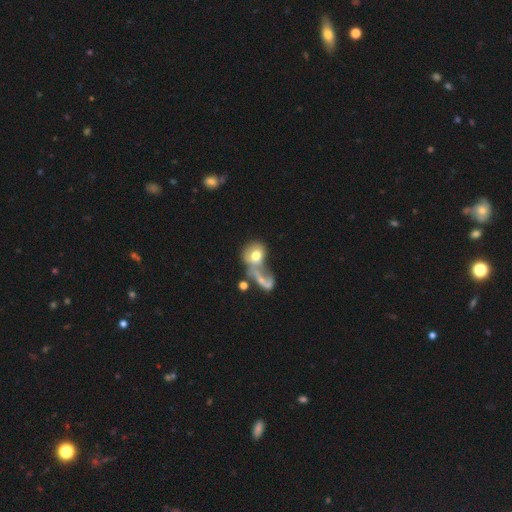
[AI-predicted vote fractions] Smooth or featured? smooth (60%)
How rounded? round (54%)
Merging? merger (56%)